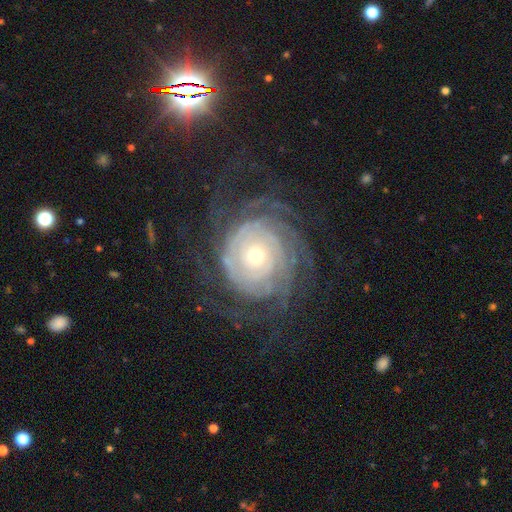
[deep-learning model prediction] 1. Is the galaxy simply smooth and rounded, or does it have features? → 87% featured or disk, 6% star or artifact, 6% smooth.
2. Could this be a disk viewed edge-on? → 97% no, 3% yes.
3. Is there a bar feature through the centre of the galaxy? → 82% no, 13% weak, 5% strong.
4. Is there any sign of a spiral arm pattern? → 96% yes, 4% no.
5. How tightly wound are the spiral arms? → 80% tight, 15% medium, 5% loose.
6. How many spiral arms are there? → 32% can't tell, 22% more than 4, 15% 4, 11% 3, 11% 2, 8% 1.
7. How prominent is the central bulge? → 59% small, 36% moderate, 3% large, 1% dominant, 1% none.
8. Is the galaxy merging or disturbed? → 70% none, 15% major disturbance, 14% minor disturbance, 1% merger.